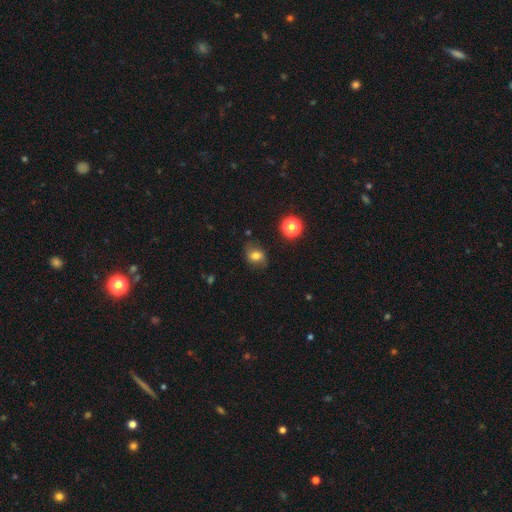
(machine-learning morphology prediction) Smooth or featured?
  - smooth: 65% *
  - featured or disk: 21%
  - star or artifact: 14%
How rounded?
  - in between: 54% *
  - round: 45%
  - cigar-shaped: 2%
Merging?
  - none: 69% *
  - minor disturbance: 21%
  - major disturbance: 7%
  - merger: 2%